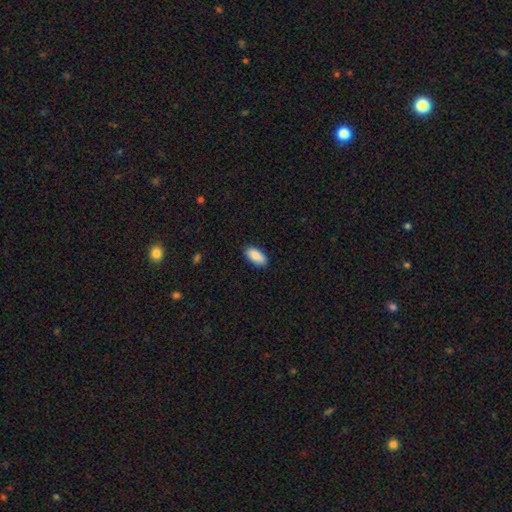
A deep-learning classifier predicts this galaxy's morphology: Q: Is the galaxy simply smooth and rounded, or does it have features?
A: smooth — 90%.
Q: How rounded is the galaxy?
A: in between — 93%.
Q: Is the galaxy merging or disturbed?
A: none — 88%.